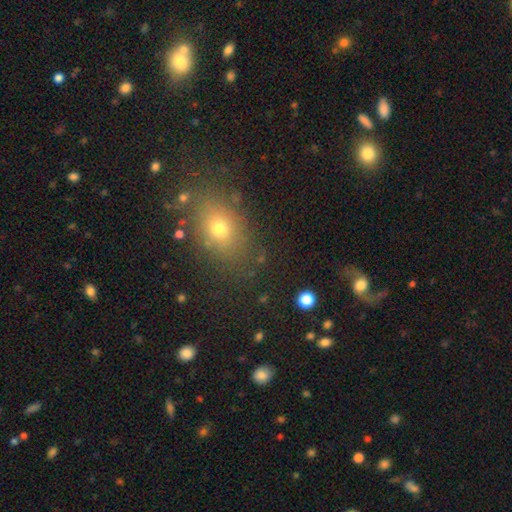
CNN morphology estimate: The model was most divided on "how rounded": in between: 62%, round: 35%, cigar-shaped: 2%. More confident: merging — none (82%); smooth or featured — smooth (62%).